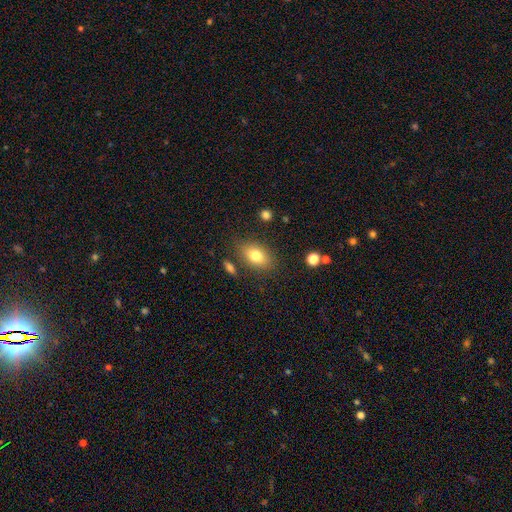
Q: Smooth or featured?
A: smooth (75%); runner-up: featured or disk (18%)
Q: How rounded?
A: in between (83%); runner-up: round (17%)
Q: Merging?
A: none (73%); runner-up: merger (14%)